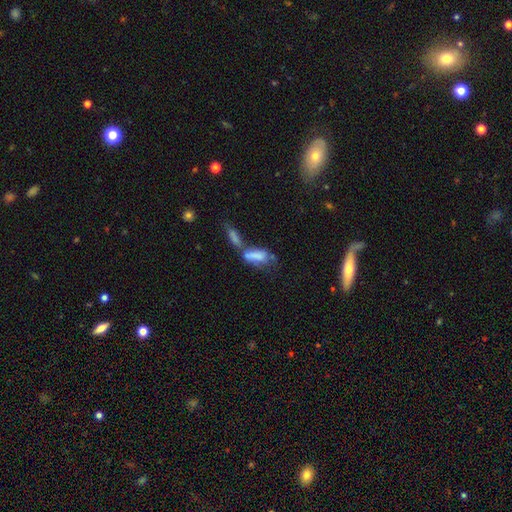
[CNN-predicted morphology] smooth-or-featured: smooth: 67% | featured or disk: 23% | star or artifact: 10%
  how-rounded: in between: 72% | cigar-shaped: 25% | round: 3%
  merging: merger: 65% | none: 14% | major disturbance: 12% | minor disturbance: 9%